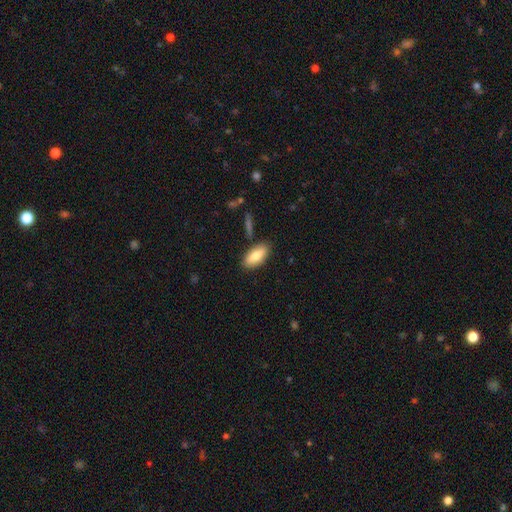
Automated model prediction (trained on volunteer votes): This appears to be a smooth galaxy with no disk features (81%) that is in between round and cigar-shaped (86%). Merging: none (84%).